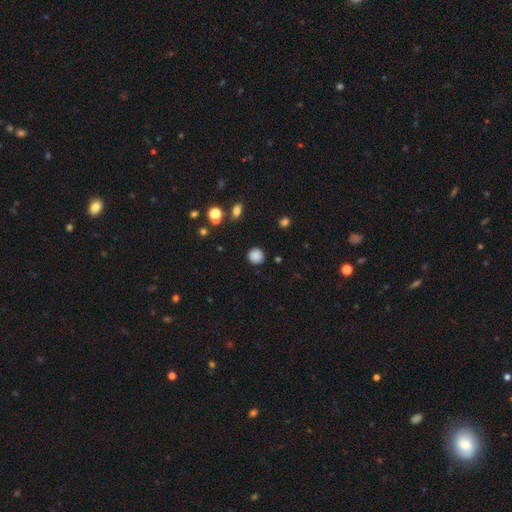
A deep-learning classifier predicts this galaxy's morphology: A smooth galaxy with no disk features (85%) that is round (91%).

Vote fractions:
- Smooth or featured? smooth: 85% / star or artifact: 11% / featured or disk: 4%
- How rounded? round: 91% / in between: 8% / cigar-shaped: 1%
- Merging? none: 89% / minor disturbance: 7% / major disturbance: 2% / merger: 2%